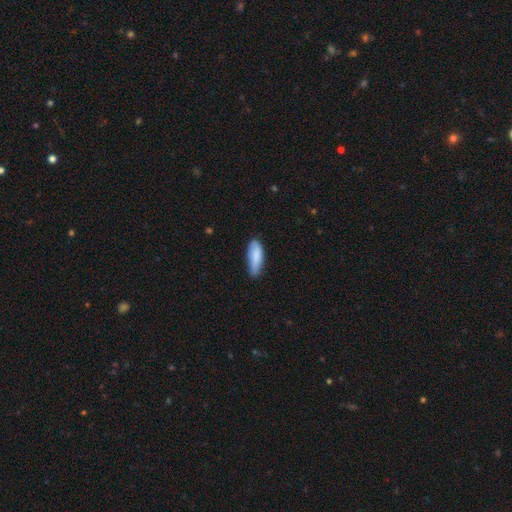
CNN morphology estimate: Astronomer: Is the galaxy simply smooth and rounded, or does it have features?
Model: smooth — 85%.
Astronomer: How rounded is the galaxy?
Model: in between — 61% (runner-up: cigar-shaped, 37%).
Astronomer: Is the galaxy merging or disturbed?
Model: none — 61%.